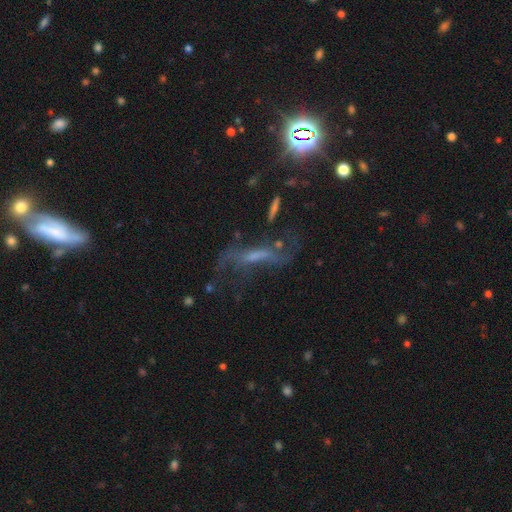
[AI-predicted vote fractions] This appears to be a featured or disk galaxy (57%). Merging: none (45%).